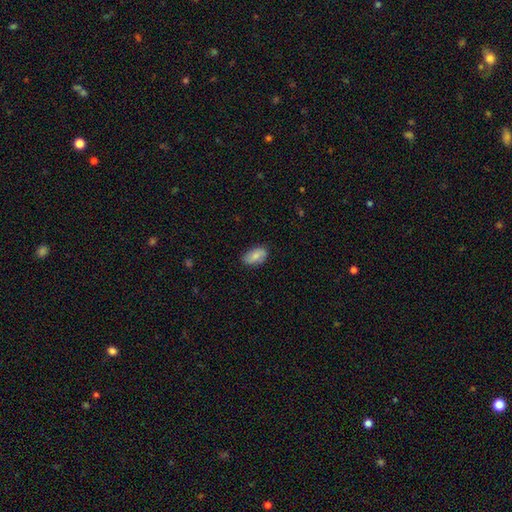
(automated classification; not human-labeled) Overall: smooth (71%). How rounded: in between (92%). Merging: none (79%).